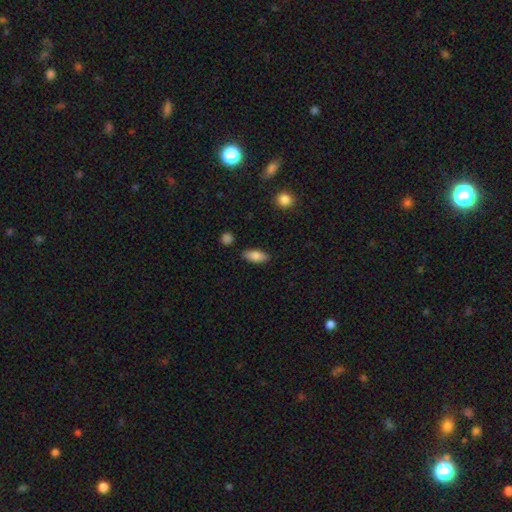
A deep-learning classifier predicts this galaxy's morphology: This appears to be a smooth galaxy with no disk features (81%) that is in between round and cigar-shaped (82%). Merging: none (85%).